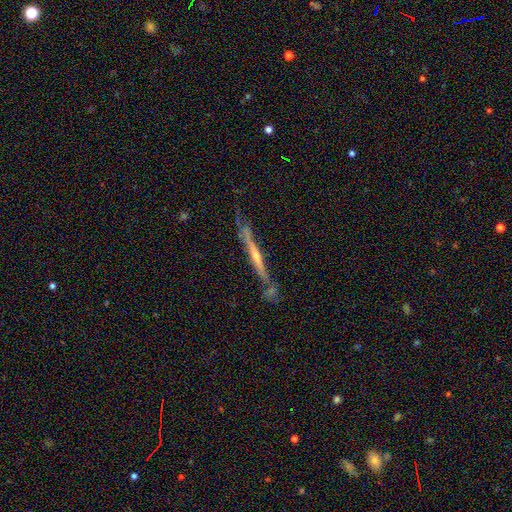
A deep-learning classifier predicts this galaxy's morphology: Smooth or featured: featured or disk — 75% (smooth — 19%)
Edge-on disk: yes — 96% (no — 4%)
Edge-on bulge: rounded — 65% (none — 30%)
Merging: none — 66% (minor disturbance — 21%)